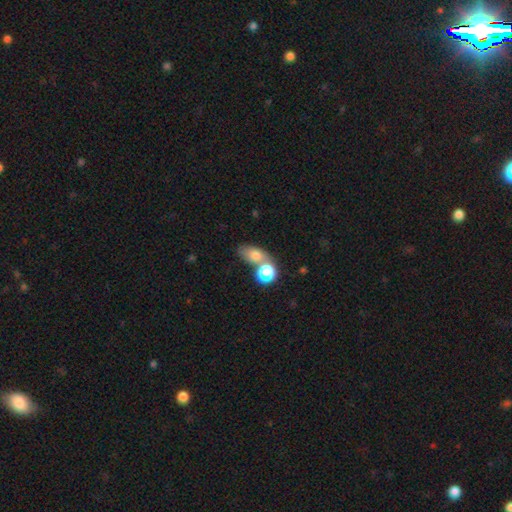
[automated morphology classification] This appears to be a smooth galaxy with no disk features (74%) that is in between round and cigar-shaped (68%). Merging: merger (43%).